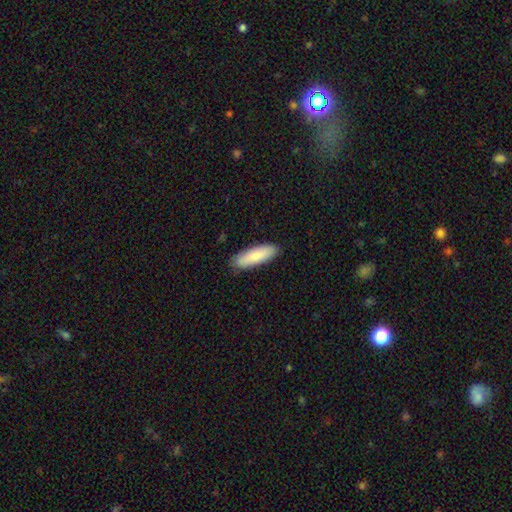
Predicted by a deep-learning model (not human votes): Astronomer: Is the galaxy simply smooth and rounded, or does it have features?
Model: smooth — 82%.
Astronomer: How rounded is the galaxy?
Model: cigar-shaped — 54% (runner-up: in between, 44%).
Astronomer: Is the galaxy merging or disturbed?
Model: none — 89%.